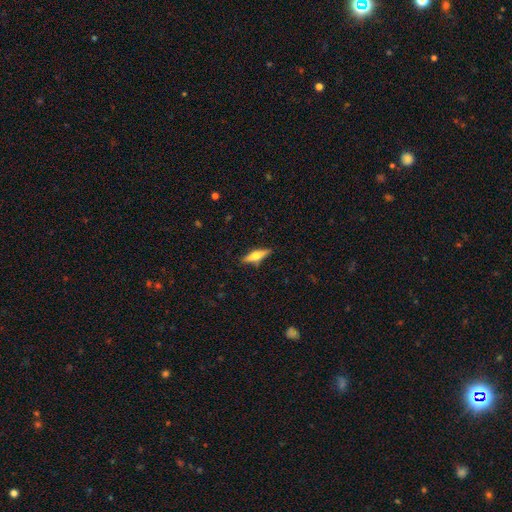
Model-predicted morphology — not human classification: This appears to be a smooth galaxy with no disk features (48%). Merging: none (86%).